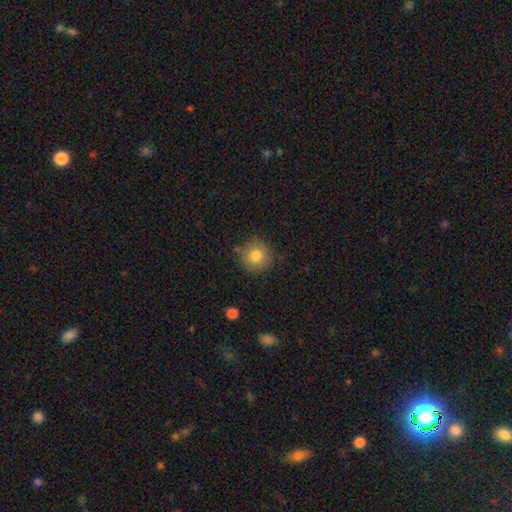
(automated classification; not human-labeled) Q: Smooth or featured?
A: smooth (79%); runner-up: featured or disk (11%)
Q: How rounded?
A: round (94%); runner-up: in between (5%)
Q: Merging?
A: none (83%); runner-up: minor disturbance (12%)